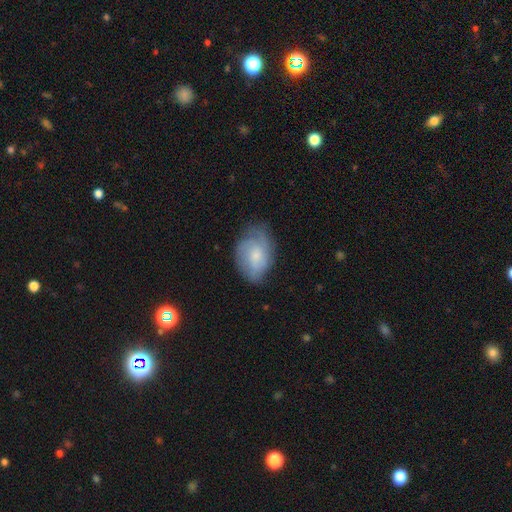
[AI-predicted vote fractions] Smooth or featured? featured or disk (51%)
Edge-on disk? no (96%)
Merging? none (61%)